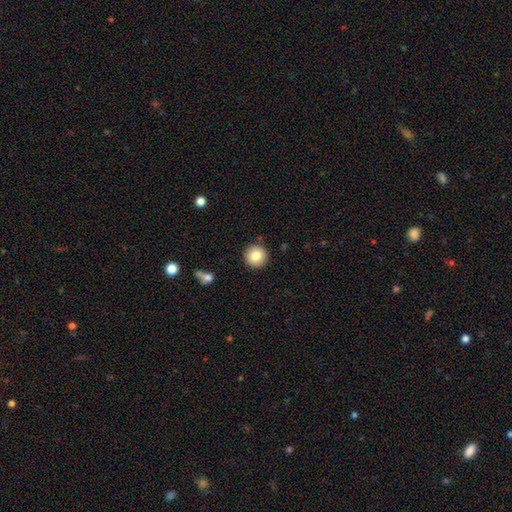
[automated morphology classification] smooth 82%, star or artifact 9%, featured or disk 9%. Down the decision tree: how rounded — round (95%); merging — none (90%).